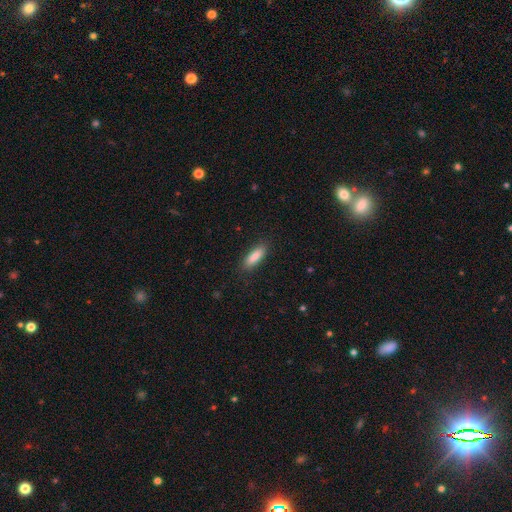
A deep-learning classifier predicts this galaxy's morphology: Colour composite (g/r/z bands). It shows a smooth galaxy with no disk features (86%) that is in between round and cigar-shaped (51%). Merging: none (87%).